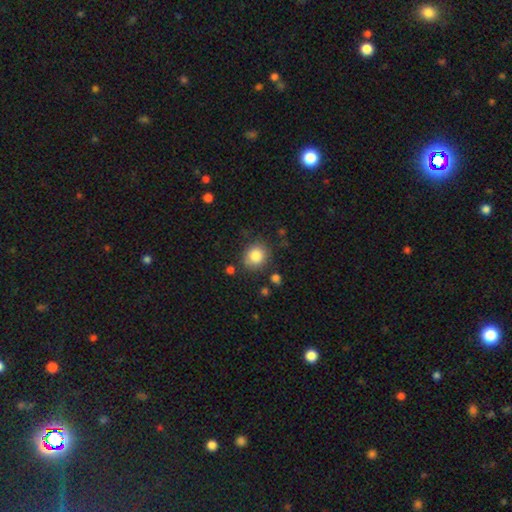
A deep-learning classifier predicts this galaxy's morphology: This is clearly a smooth galaxy (84%). How rounded: likely round (79%). Merging: likely none (80%).